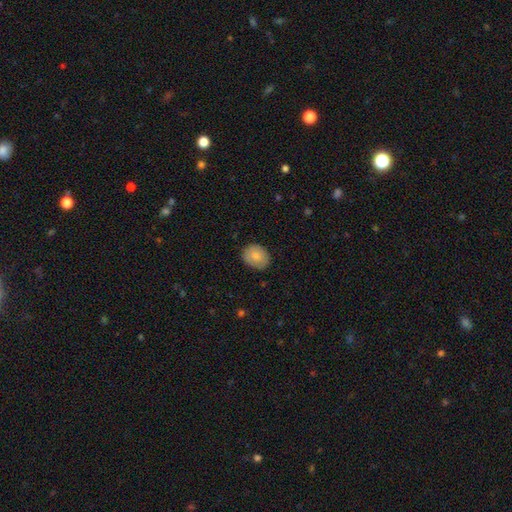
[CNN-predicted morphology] smooth 78%, featured or disk 15%, star or artifact 7%. Down the decision tree: how rounded — in between (50%); merging — none (81%).